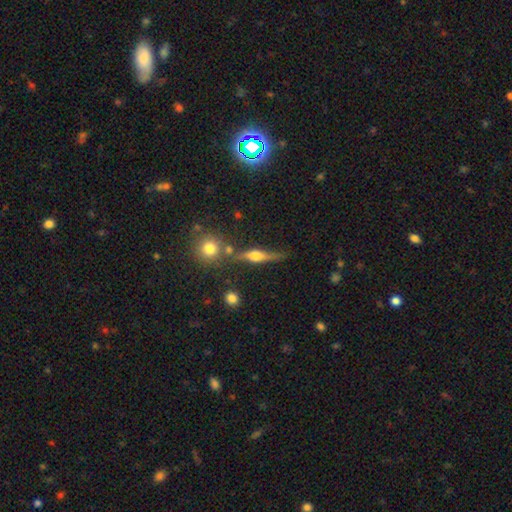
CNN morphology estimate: Overall: featured or disk (69%). Edge-on disk: yes (94%). Edge-on bulge: rounded (93%). Merging: none (74%).